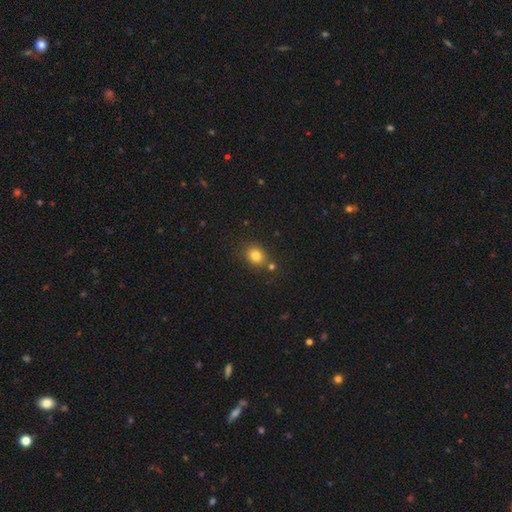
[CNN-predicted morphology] Overall: smooth (81%). How rounded: round (62%; in between 37%). Merging: none (74%).